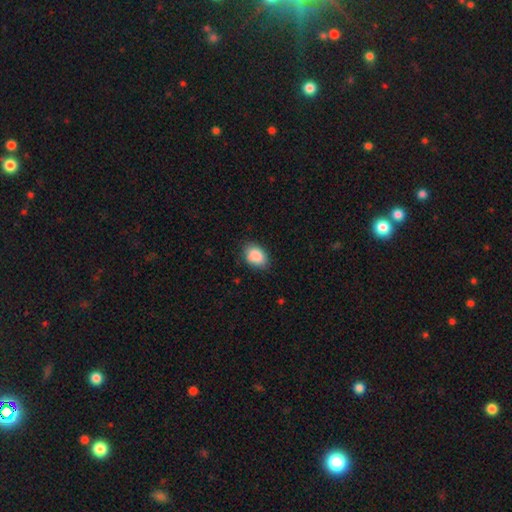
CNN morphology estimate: type=smooth (89%); roundness=in between (80%); merging=none (80%).